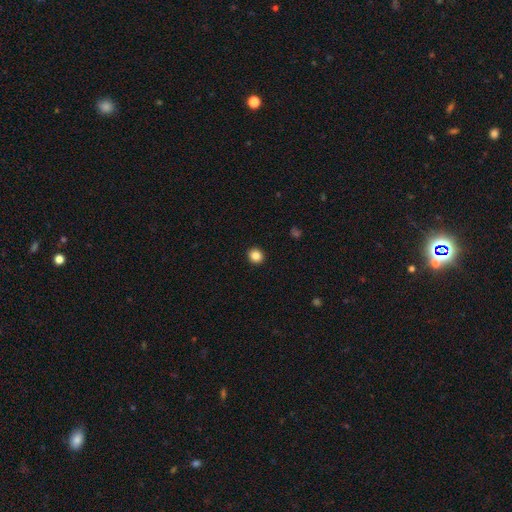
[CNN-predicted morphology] smooth 86%, star or artifact 10%, featured or disk 4%. Down the decision tree: how rounded — round (88%); merging — none (93%).